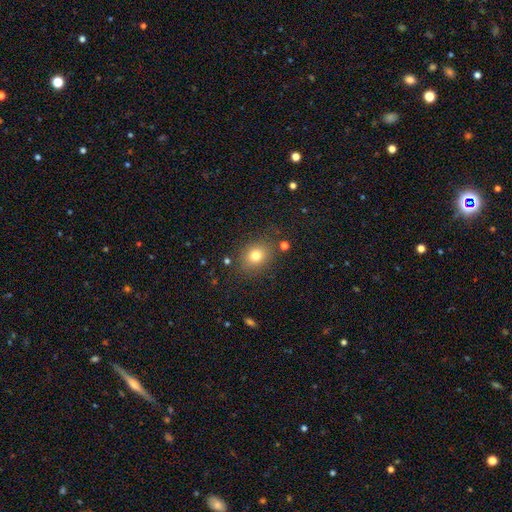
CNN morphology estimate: This is likely a smooth galaxy (78%). How rounded: possibly round (56%). Merging: clearly none (81%).